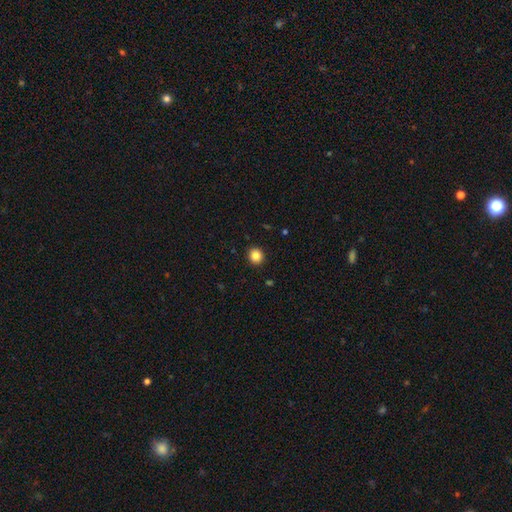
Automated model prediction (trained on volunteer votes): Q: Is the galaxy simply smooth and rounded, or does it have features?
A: smooth — 85%.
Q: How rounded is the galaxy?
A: round — 89%.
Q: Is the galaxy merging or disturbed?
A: none — 92%.